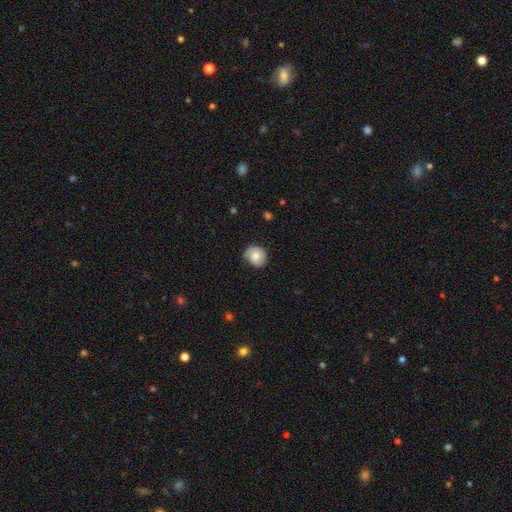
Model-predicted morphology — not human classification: This appears to be a smooth galaxy with no disk features (56%) that is round (71%). Merging: none (73%).